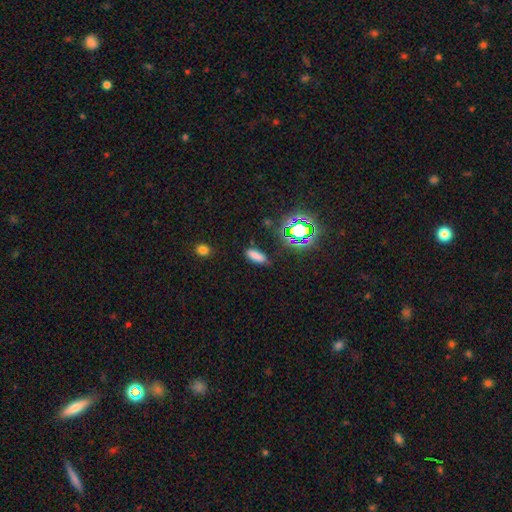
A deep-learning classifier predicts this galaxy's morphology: Smooth or featured: smooth — 73% (star or artifact — 21%)
How rounded: in between — 72% (cigar-shaped — 24%)
Merging: none — 80% (minor disturbance — 14%)